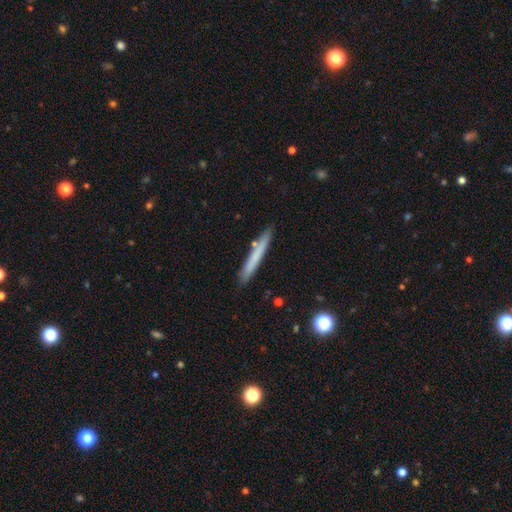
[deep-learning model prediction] Smooth or featured: smooth — 65% (featured or disk — 28%)
How rounded: cigar-shaped — 96% (in between — 2%)
Merging: none — 86% (minor disturbance — 9%)